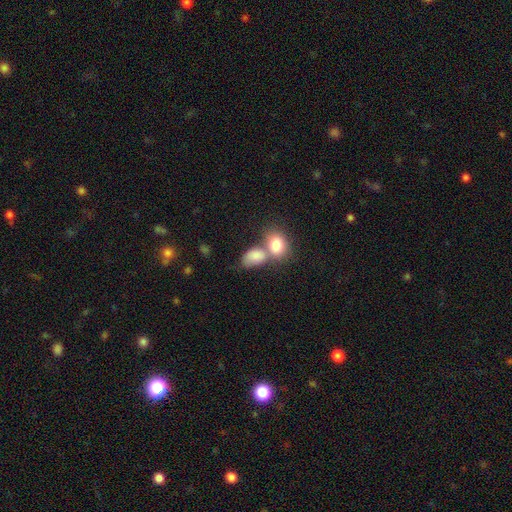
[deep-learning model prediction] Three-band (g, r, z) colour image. It shows a smooth galaxy with no disk features (82%) that is in between round and cigar-shaped (80%). Merging: merger (56%).